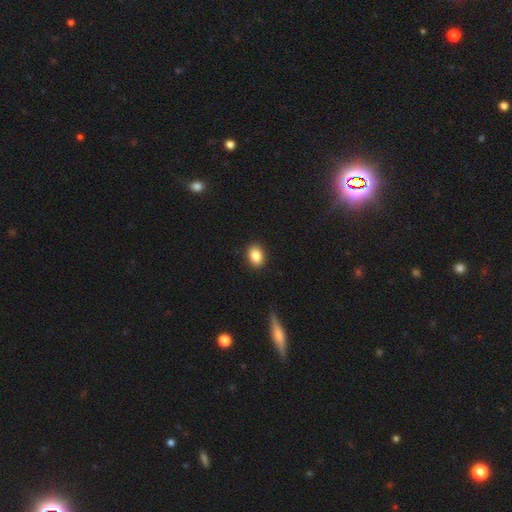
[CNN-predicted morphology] A smooth galaxy with no disk features (87%) that is in between round and cigar-shaped (70%).

Vote fractions:
- Smooth or featured? smooth: 87% / star or artifact: 8% / featured or disk: 5%
- How rounded? in between: 70% / round: 28% / cigar-shaped: 1%
- Merging? none: 89% / minor disturbance: 8% / major disturbance: 2% / merger: 1%